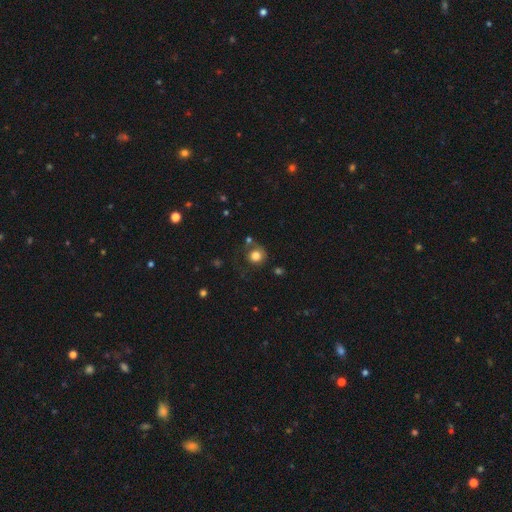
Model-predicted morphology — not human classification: A smooth galaxy with no disk features (80%) that is round (87%). Merging: none (65%).